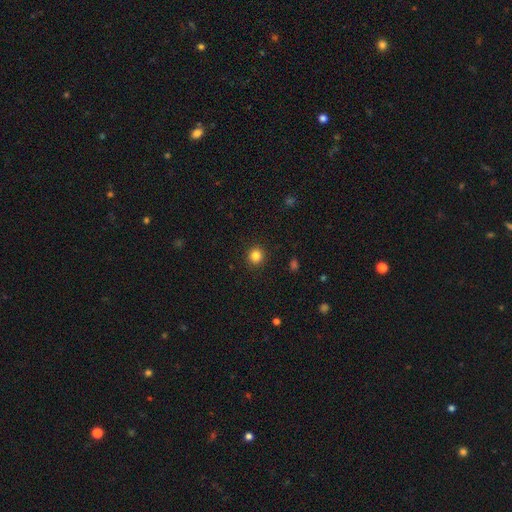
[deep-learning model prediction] The model was most divided on "smooth or featured": smooth: 84%, star or artifact: 12%, featured or disk: 4%. More confident: how rounded — round (93%); merging — none (92%).